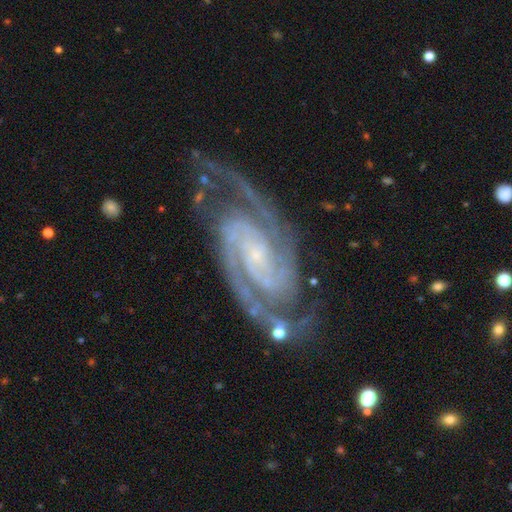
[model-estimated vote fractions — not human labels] Smooth or featured? featured or disk (93%)
Edge-on disk? no (97%)
Bar? no (54%)
Spiral arms? yes (99%)
Spiral winding? tight (59%)
Spiral arm count? 2 (80%)
Bulge size? small (81%)
Merging? none (72%)